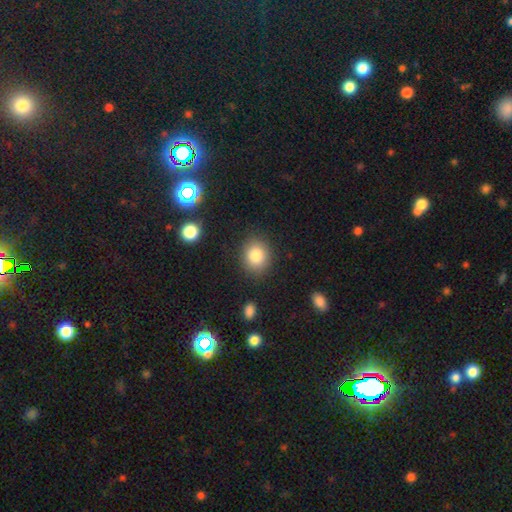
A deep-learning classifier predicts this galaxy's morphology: The model was most divided on "how rounded": round: 65%, in between: 34%, cigar-shaped: 1%. More confident: merging — none (86%); smooth or featured — smooth (82%).